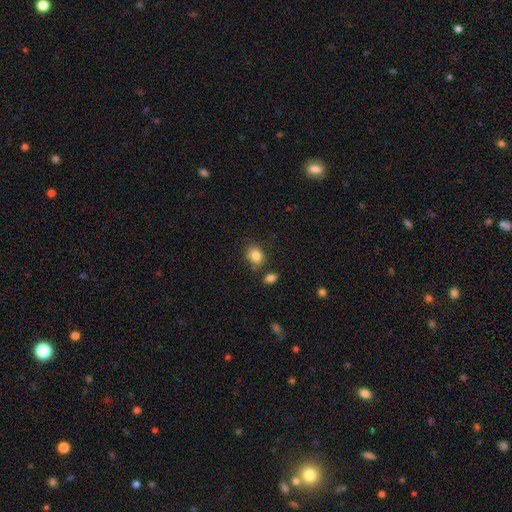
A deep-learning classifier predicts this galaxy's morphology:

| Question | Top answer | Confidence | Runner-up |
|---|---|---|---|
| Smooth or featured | smooth | 84% | star or artifact (9%) |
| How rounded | in between | 55% | round (44%) |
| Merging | none | 70% | minor disturbance (17%) |